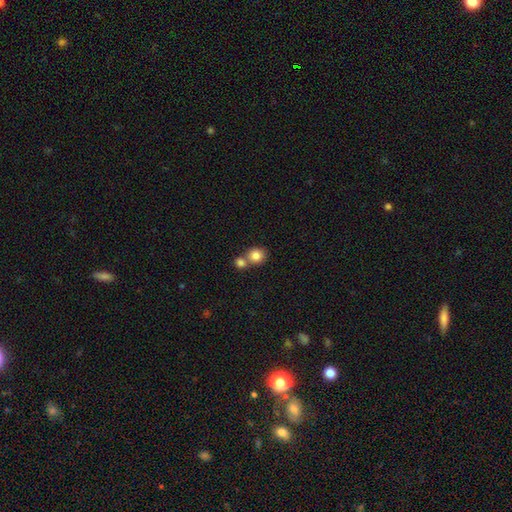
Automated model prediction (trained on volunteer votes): Smooth or featured? smooth (83%)
How rounded? round (82%)
Merging? merger (46%)